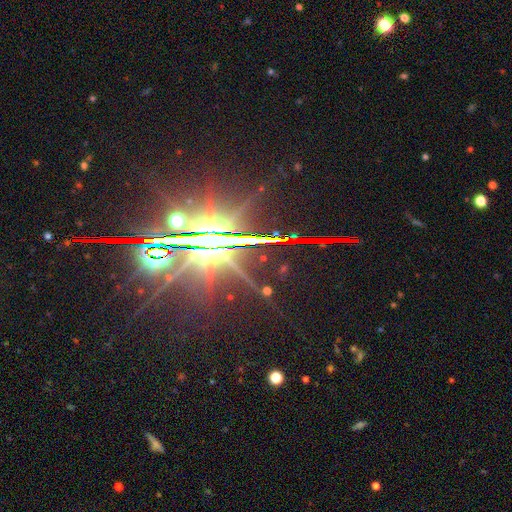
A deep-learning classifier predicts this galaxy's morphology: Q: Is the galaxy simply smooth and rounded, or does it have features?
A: star or artifact — 85%.